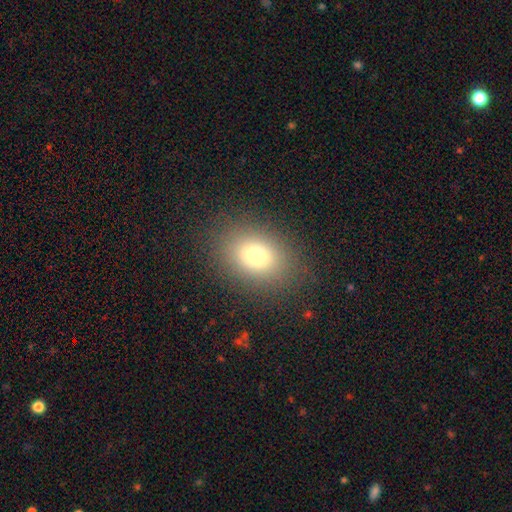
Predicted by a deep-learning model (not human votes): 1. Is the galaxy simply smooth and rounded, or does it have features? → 75% smooth, 14% star or artifact, 11% featured or disk.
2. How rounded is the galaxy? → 63% in between, 35% round, 1% cigar-shaped.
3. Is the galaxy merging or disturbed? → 85% none, 9% minor disturbance, 5% major disturbance, 1% merger.